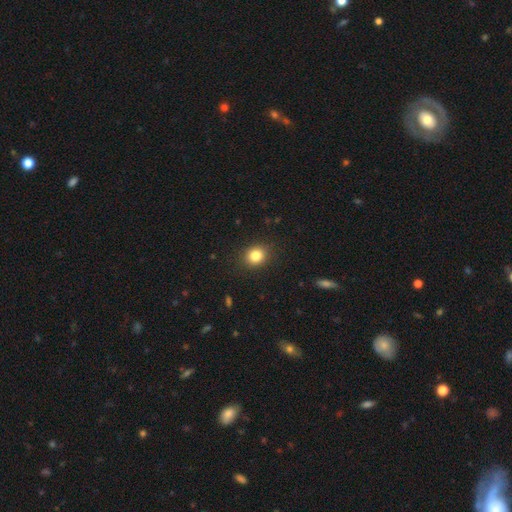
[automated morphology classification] Q: Smooth or featured?
A: smooth (83%); runner-up: star or artifact (11%)
Q: How rounded?
A: round (71%); runner-up: in between (28%)
Q: Merging?
A: none (89%); runner-up: minor disturbance (8%)